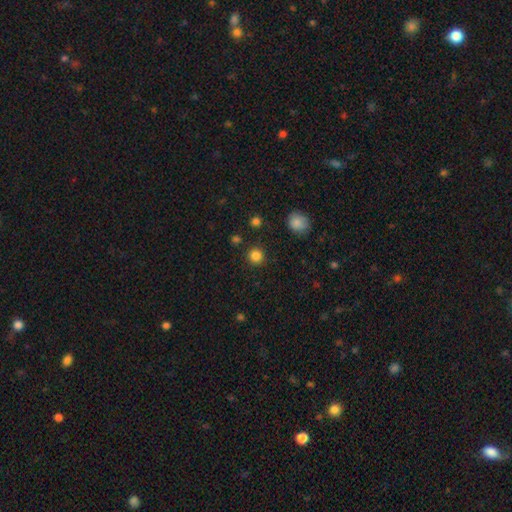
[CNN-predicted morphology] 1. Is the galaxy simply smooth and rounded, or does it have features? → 83% smooth, 13% star or artifact, 4% featured or disk.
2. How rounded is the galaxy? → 94% round, 5% in between, 1% cigar-shaped.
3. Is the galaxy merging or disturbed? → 90% none, 6% minor disturbance, 2% merger, 2% major disturbance.